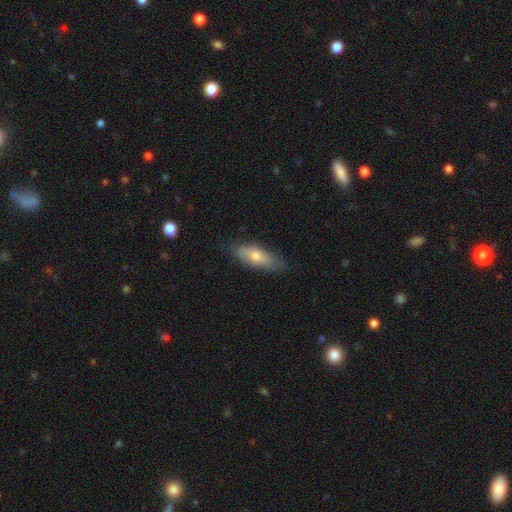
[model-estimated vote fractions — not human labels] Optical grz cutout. It shows a smooth galaxy with no disk features (69%) that is in between round and cigar-shaped (67%). Merging: none (76%).